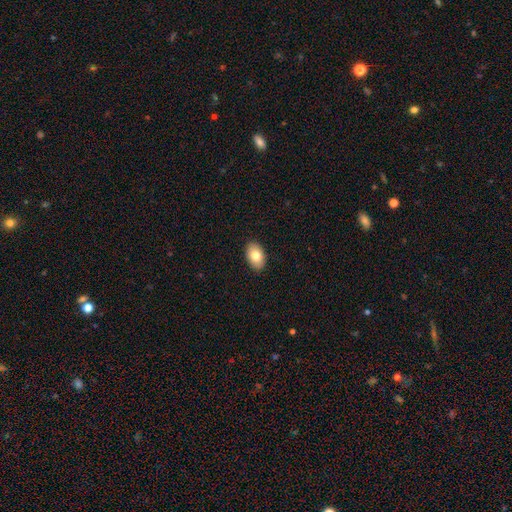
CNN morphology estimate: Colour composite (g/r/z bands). It shows a smooth galaxy with no disk features (79%) that is in between round and cigar-shaped (91%). Merging: none (90%).